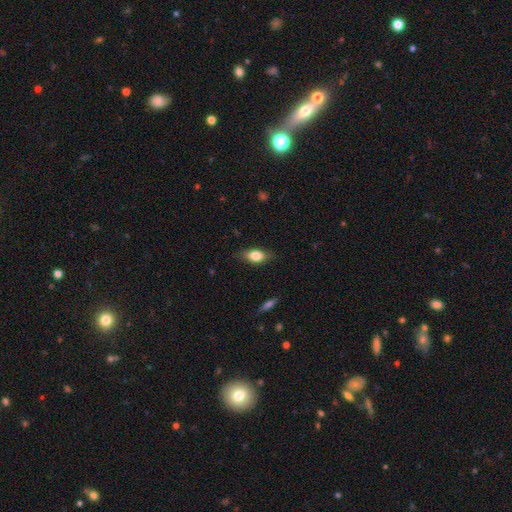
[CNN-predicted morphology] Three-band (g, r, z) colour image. It shows a smooth galaxy with no disk features (77%) that is in between round and cigar-shaped (83%). Merging: none (79%).